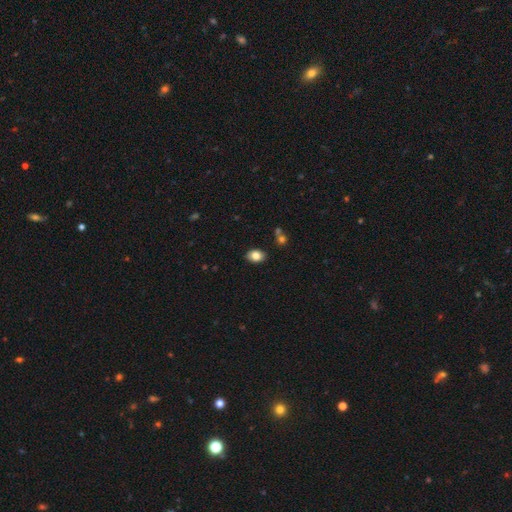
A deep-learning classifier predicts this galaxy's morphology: smooth_or_featured: smooth (p=0.82) [alt: featured or disk p=0.09]
how_rounded: in between (p=0.78) [alt: round p=0.21]
merging: none (p=0.86) [alt: minor disturbance p=0.09]